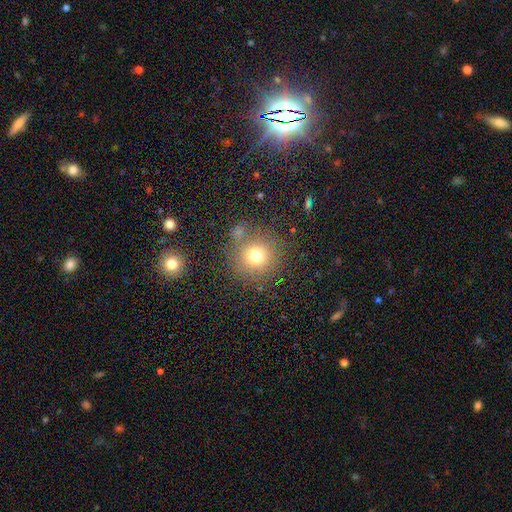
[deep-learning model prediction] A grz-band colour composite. It shows a smooth galaxy with no disk features (72%) that is round (93%). Merging: none (77%).